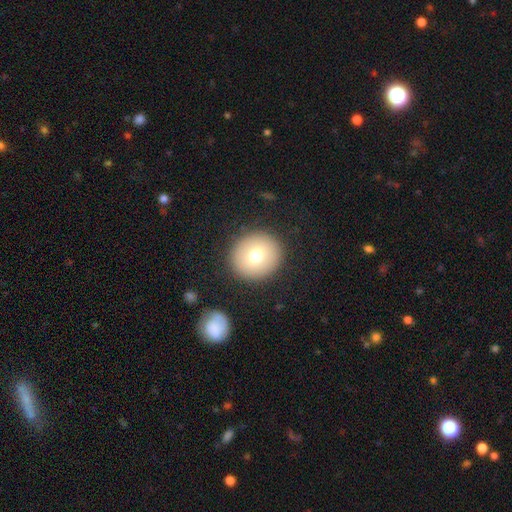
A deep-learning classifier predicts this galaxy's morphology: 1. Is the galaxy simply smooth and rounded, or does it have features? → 72% smooth, 17% featured or disk, 11% star or artifact.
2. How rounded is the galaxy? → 92% round, 7% in between, 1% cigar-shaped.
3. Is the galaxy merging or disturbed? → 89% none, 6% minor disturbance, 3% major disturbance, 2% merger.